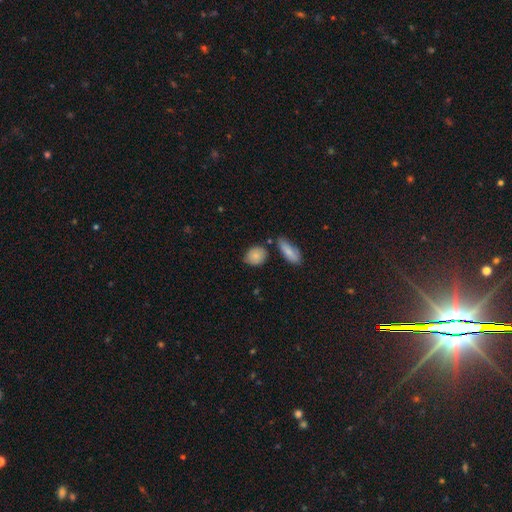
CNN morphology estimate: A smooth galaxy with no disk features (84%) that is in between round and cigar-shaped (51%).

Vote fractions:
- Smooth or featured? smooth: 84% / featured or disk: 8% / star or artifact: 8%
- How rounded? in between: 51% / round: 46% / cigar-shaped: 3%
- Merging? none: 71% / minor disturbance: 16% / merger: 9% / major disturbance: 4%